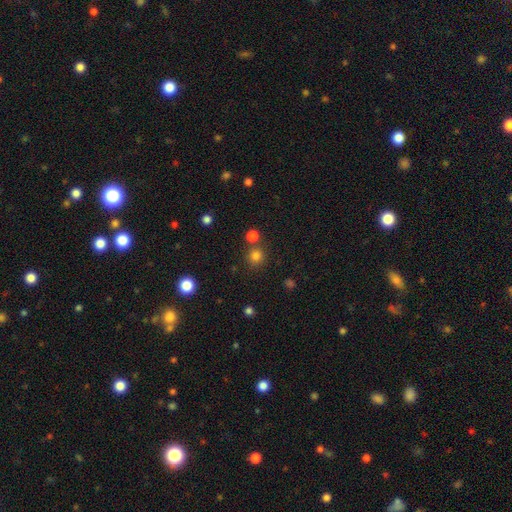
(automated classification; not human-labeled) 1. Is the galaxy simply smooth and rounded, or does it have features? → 79% smooth, 16% star or artifact, 5% featured or disk.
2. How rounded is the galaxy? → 92% round, 7% in between, 1% cigar-shaped.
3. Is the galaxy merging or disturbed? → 76% none, 14% merger, 7% minor disturbance, 3% major disturbance.